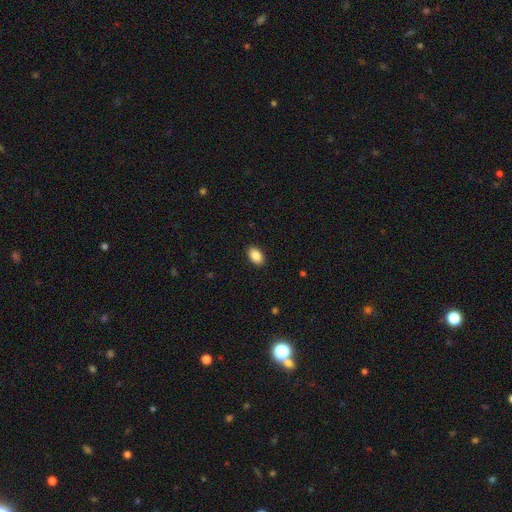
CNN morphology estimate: A smooth galaxy with no disk features (88%) that is in between round and cigar-shaped (91%).

Vote fractions:
- Smooth or featured? smooth: 88% / star or artifact: 8% / featured or disk: 5%
- How rounded? in between: 91% / round: 7% / cigar-shaped: 1%
- Merging? none: 90% / minor disturbance: 7% / major disturbance: 2% / merger: 1%